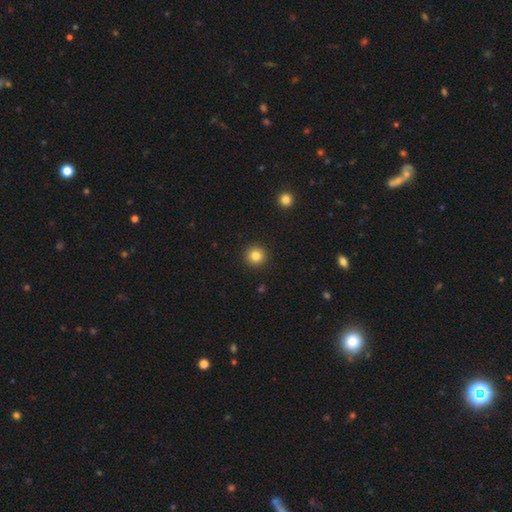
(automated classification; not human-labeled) Smooth or featured: smooth — 83% (star or artifact — 11%)
How rounded: round — 95% (in between — 4%)
Merging: none — 93% (minor disturbance — 5%)